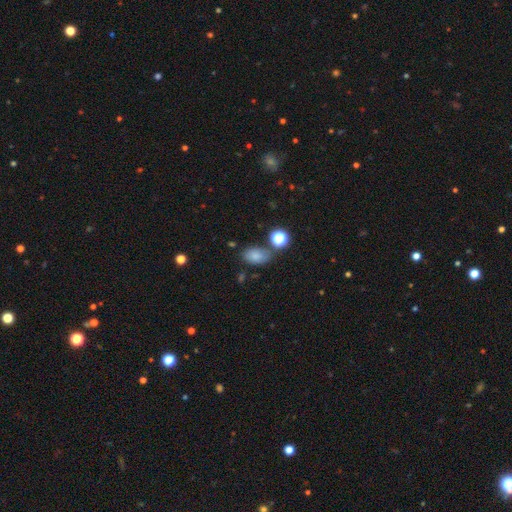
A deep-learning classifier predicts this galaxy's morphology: smooth-or-featured: smooth: 77% | star or artifact: 14% | featured or disk: 9%
  how-rounded: in between: 85% | round: 13% | cigar-shaped: 2%
  merging: none: 67% | minor disturbance: 19% | merger: 9% | major disturbance: 6%